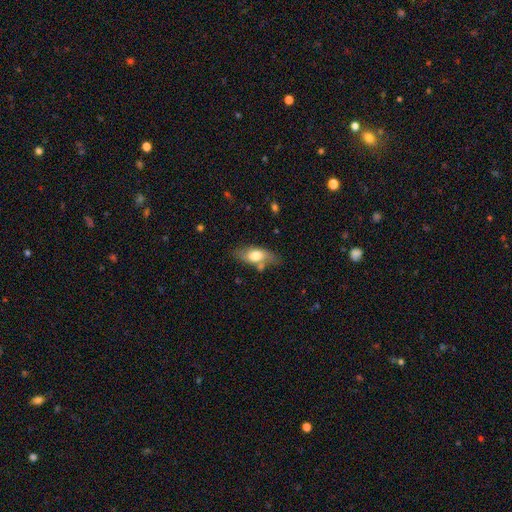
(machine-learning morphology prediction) A smooth galaxy with no disk features (65%) that is in between round and cigar-shaped (81%). Merging: none (61%).